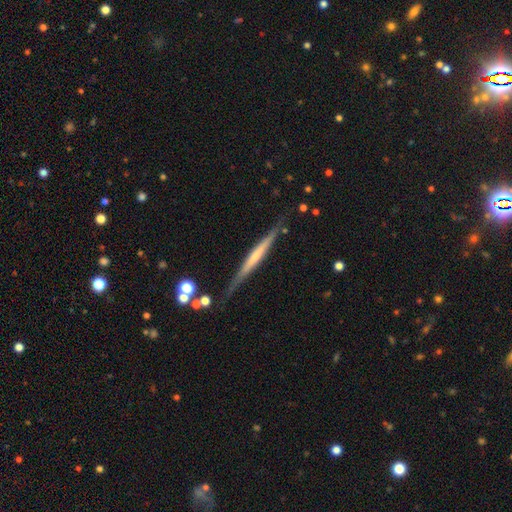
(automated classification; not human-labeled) A featured or disk galaxy (60%) viewed edge-on (96%) with no central bulge (65%). Merging: none (79%).